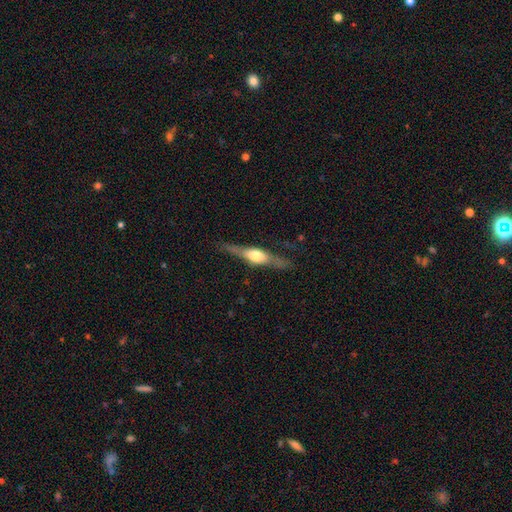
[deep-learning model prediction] The model was most divided on "smooth or featured": featured or disk: 66%, smooth: 29%, star or artifact: 5%. More confident: edge-on disk — yes (93%); edge-on bulge — rounded (87%); merging — none (78%).